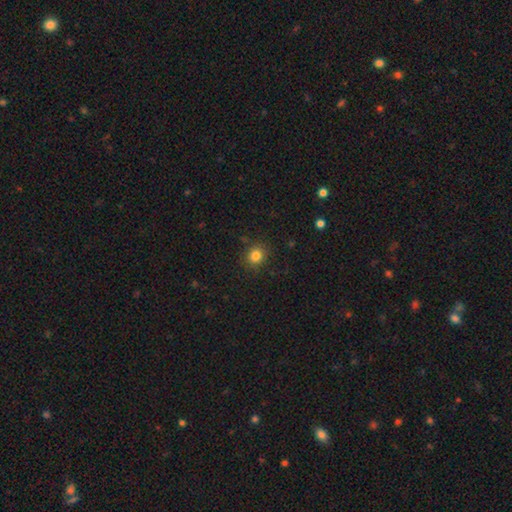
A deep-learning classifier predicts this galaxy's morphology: type=smooth (82%); roundness=round (79%); merging=none (86%).